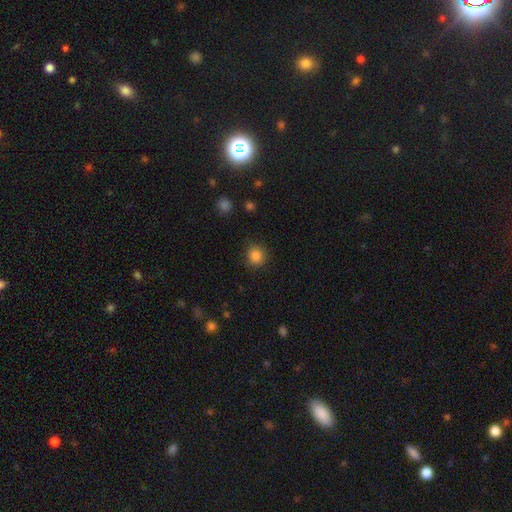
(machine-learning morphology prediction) Smooth or featured: smooth — 85% (star or artifact — 11%)
How rounded: round — 90% (in between — 9%)
Merging: none — 88% (minor disturbance — 8%)